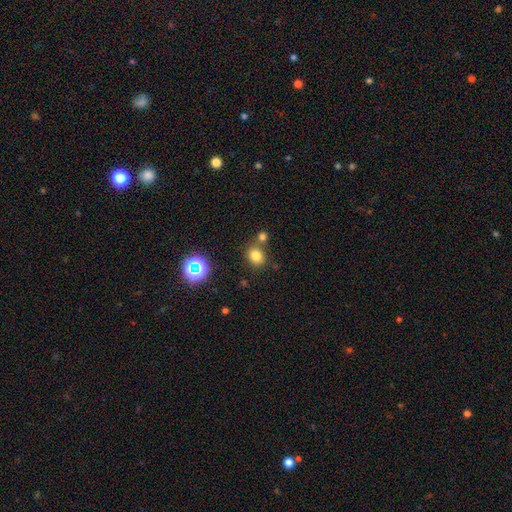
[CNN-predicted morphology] smooth 77%, star or artifact 16%, featured or disk 7%. Down the decision tree: how rounded — round (60%); merging — none (68%).